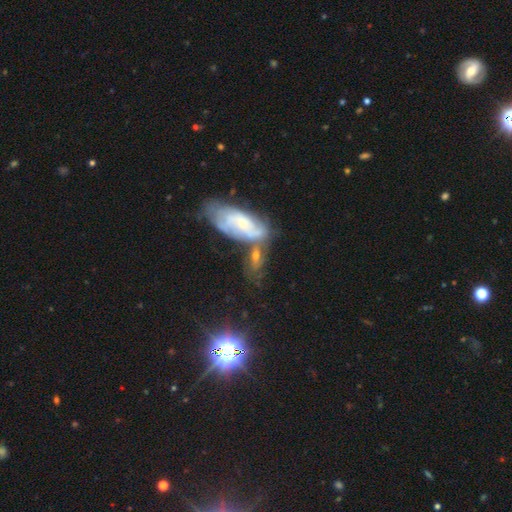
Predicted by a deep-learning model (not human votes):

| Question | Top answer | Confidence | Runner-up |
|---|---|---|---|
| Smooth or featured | featured or disk | 53% | smooth (38%) |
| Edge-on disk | no | 83% | yes (17%) |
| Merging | merger | 46% | none (31%) |